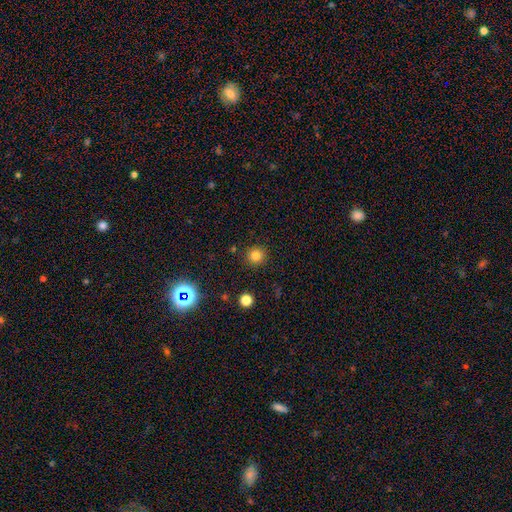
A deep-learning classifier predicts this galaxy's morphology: smooth_or_featured: smooth (p=0.80) [alt: star or artifact p=0.15]
how_rounded: round (p=0.93) [alt: in between p=0.06]
merging: none (p=0.90) [alt: minor disturbance p=0.06]